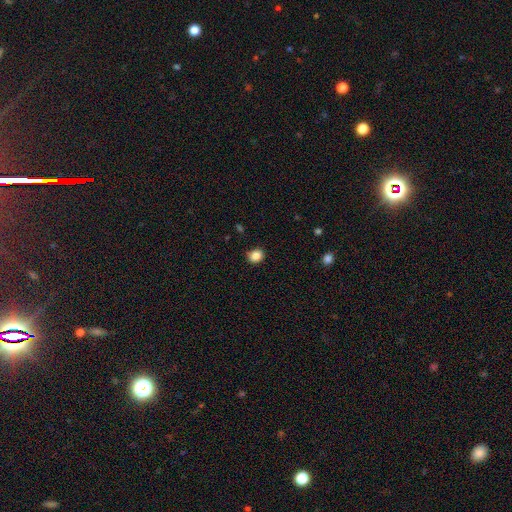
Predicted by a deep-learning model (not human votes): Smooth or featured? Predicted: smooth (p=0.87). How rounded? Predicted: round (p=0.57). Merging? Predicted: none (p=0.87).